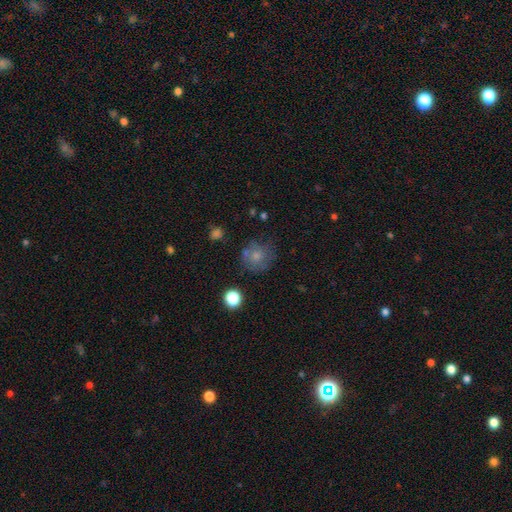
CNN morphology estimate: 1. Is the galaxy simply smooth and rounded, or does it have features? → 65% smooth, 24% featured or disk, 12% star or artifact.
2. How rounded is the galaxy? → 86% round, 13% in between, 1% cigar-shaped.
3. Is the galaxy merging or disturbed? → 62% none, 21% minor disturbance, 11% major disturbance, 6% merger.